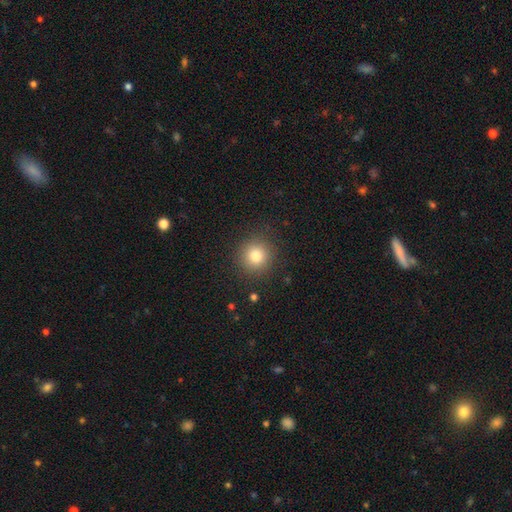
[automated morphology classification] A smooth galaxy with no disk features (80%) that is round (94%). Merging: none (89%).